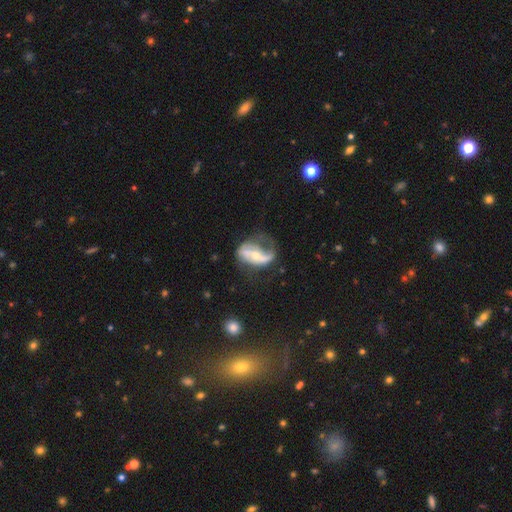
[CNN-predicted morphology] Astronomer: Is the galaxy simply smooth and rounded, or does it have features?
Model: featured or disk — 73%.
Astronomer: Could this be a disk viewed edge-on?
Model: no — 94%.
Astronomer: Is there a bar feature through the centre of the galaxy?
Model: no — 38% (runner-up: strong, 34%).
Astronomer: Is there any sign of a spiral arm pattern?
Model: yes — 77%.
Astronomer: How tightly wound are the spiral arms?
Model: loose — 57%.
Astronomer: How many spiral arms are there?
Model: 2 — 59%.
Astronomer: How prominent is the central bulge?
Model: moderate — 47% (runner-up: small, 45%).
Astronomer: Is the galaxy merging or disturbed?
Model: major disturbance — 36% (runner-up: none, 34%).